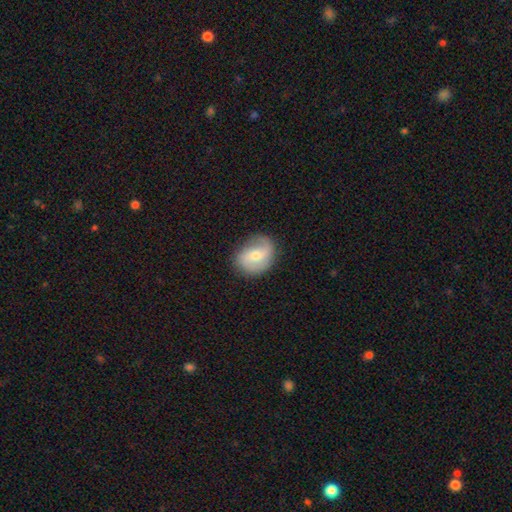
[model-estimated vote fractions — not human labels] A featured or disk galaxy (59%) with a weak bar (44%), spiral arms (87%) and a moderate central bulge (52%). Merging: none (78%).